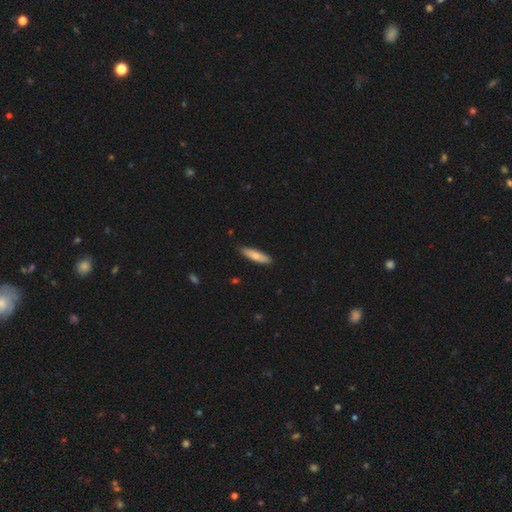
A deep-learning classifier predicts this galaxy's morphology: This appears to be a smooth galaxy with no disk features (74%) that is cigar-shaped (71%). Merging: none (87%).